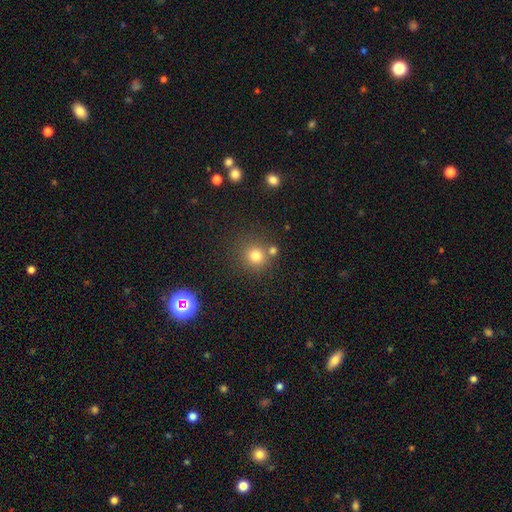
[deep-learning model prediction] Smooth or featured? smooth (78%)
How rounded? round (90%)
Merging? none (72%)